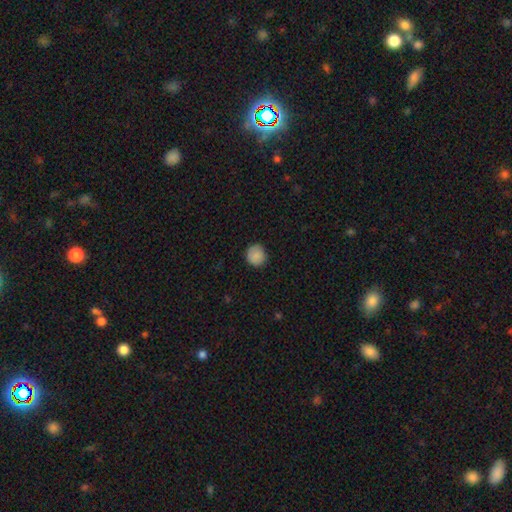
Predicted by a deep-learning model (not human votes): Smooth or featured? smooth (87%)
How rounded? round (92%)
Merging? none (88%)